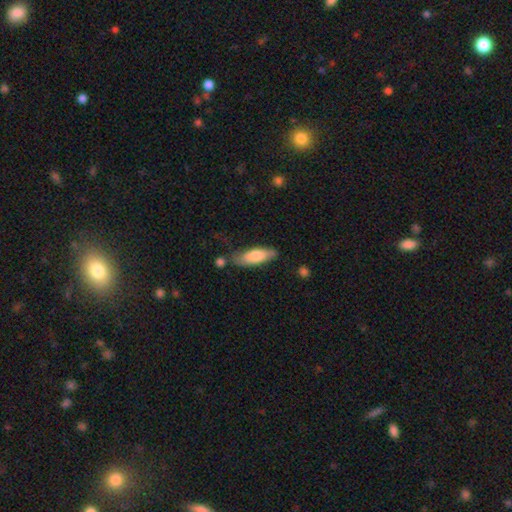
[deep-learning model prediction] smooth-or-featured: smooth: 75% | featured or disk: 20% | star or artifact: 5%
  how-rounded: in between: 56% | cigar-shaped: 42% | round: 2%
  merging: none: 67% | minor disturbance: 21% | merger: 7% | major disturbance: 6%